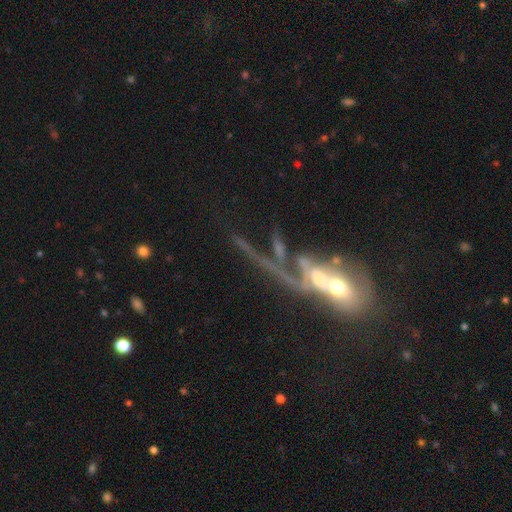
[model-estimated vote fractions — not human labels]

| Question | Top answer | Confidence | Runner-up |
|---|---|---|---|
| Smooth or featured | featured or disk | 63% | smooth (22%) |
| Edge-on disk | no | 79% | yes (21%) |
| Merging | merger | 62% | major disturbance (19%) |